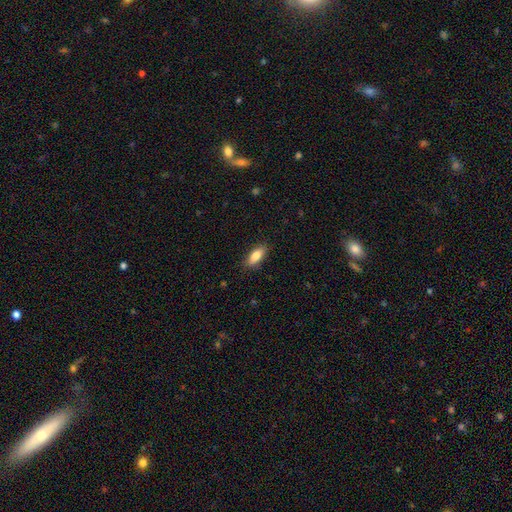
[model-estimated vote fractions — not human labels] smooth-or-featured: smooth: 83% | featured or disk: 11% | star or artifact: 7%
  how-rounded: in between: 79% | cigar-shaped: 19% | round: 2%
  merging: none: 87% | minor disturbance: 10% | major disturbance: 2% | merger: 1%